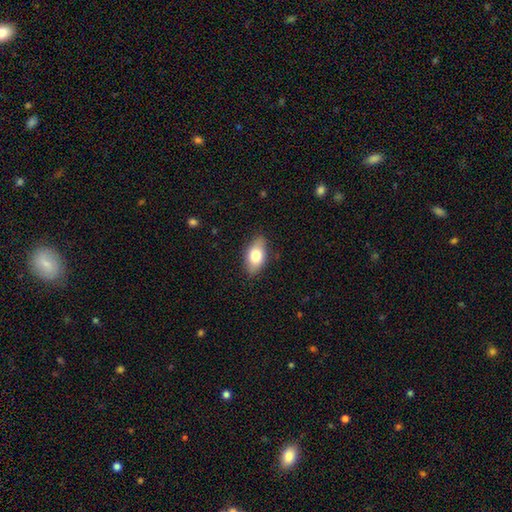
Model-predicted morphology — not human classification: A smooth galaxy with no disk features (78%) that is in between round and cigar-shaped (91%). Merging: none (84%).